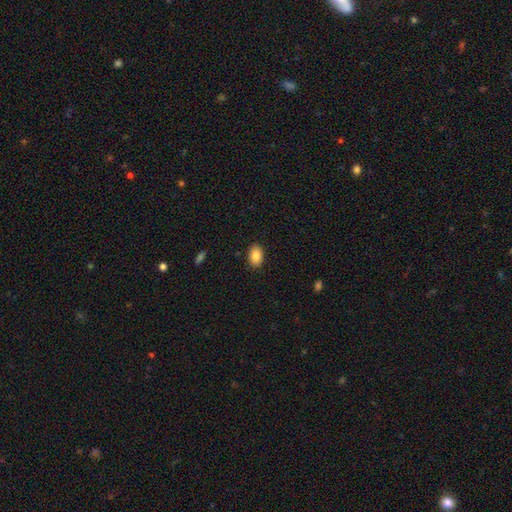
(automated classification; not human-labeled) smooth 87%, star or artifact 8%, featured or disk 6%. Down the decision tree: how rounded — in between (86%); merging — none (89%).